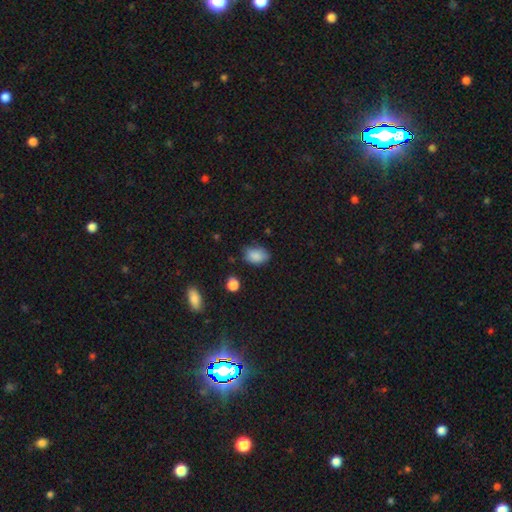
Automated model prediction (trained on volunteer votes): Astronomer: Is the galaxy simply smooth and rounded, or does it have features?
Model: smooth — 87%.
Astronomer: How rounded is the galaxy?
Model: in between — 85%.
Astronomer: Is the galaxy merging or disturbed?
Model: none — 73%.